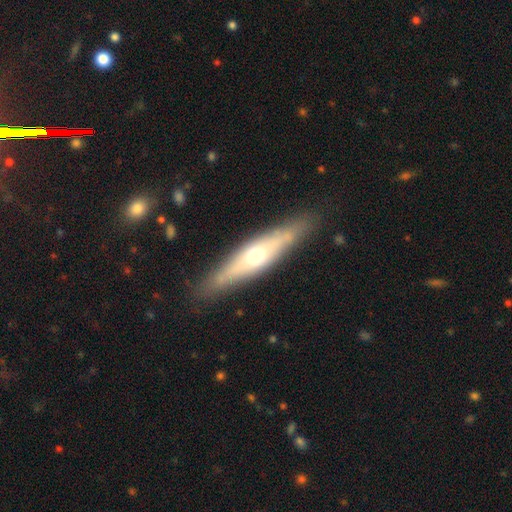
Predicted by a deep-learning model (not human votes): Q: Smooth or featured?
A: featured or disk (56%); runner-up: smooth (38%)
Q: Edge-on disk?
A: yes (82%); runner-up: no (18%)
Q: Merging?
A: none (85%); runner-up: minor disturbance (11%)